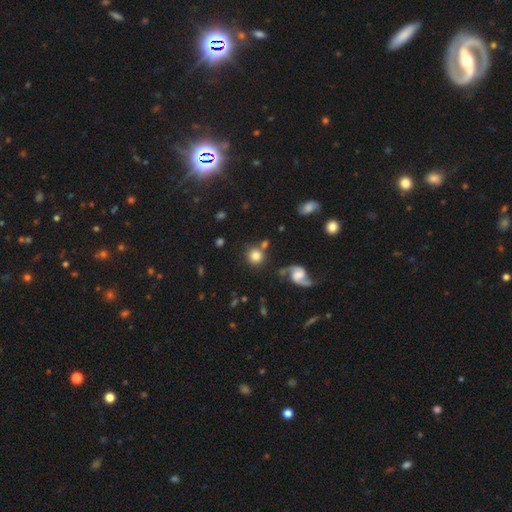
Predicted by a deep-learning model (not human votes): smooth 73%, featured or disk 17%, star or artifact 10%. Down the decision tree: how rounded — round (92%); merging — none (75%).